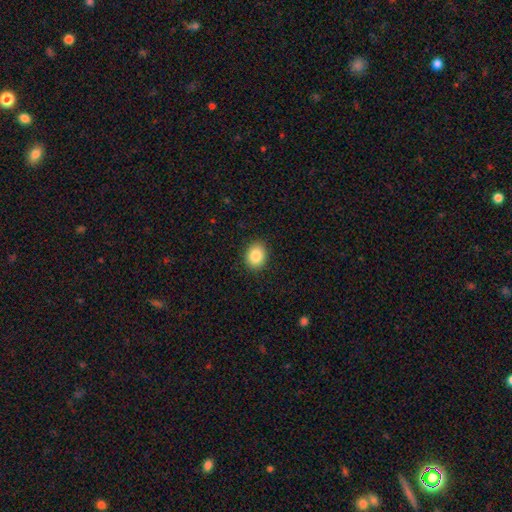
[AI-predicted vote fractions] Smooth or featured?
  - smooth: 86% *
  - star or artifact: 8%
  - featured or disk: 6%
How rounded?
  - in between: 55% *
  - round: 44%
  - cigar-shaped: 1%
Merging?
  - none: 90% *
  - minor disturbance: 7%
  - major disturbance: 2%
  - merger: 1%